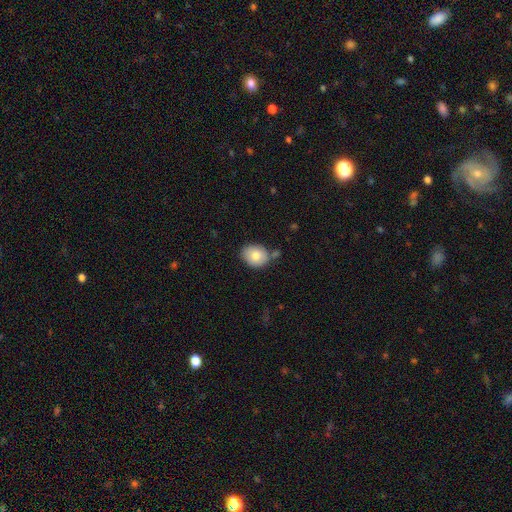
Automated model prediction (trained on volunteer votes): smooth 79%, featured or disk 13%, star or artifact 8%. Down the decision tree: how rounded — round (53%); merging — none (71%).